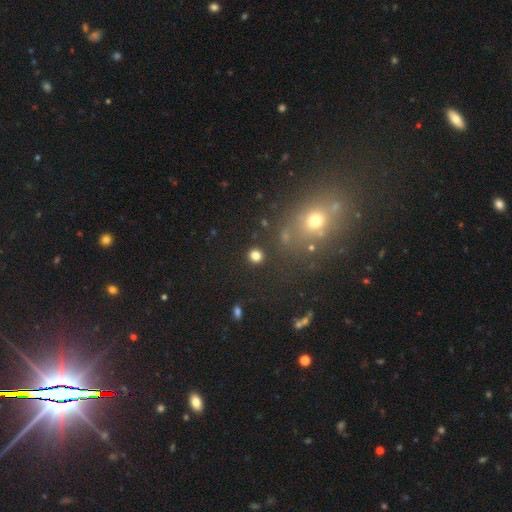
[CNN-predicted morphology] Smooth or featured? smooth (81%)
How rounded? round (88%)
Merging? none (89%)